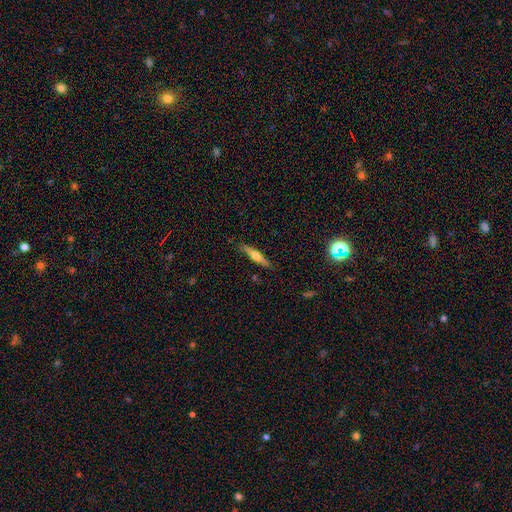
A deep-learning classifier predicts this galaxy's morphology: Smooth or featured? Predicted: featured or disk (p=0.57). Edge-on disk? Predicted: yes (p=0.96). Edge-on bulge? Predicted: rounded (p=0.91). Merging? Predicted: none (p=0.88).